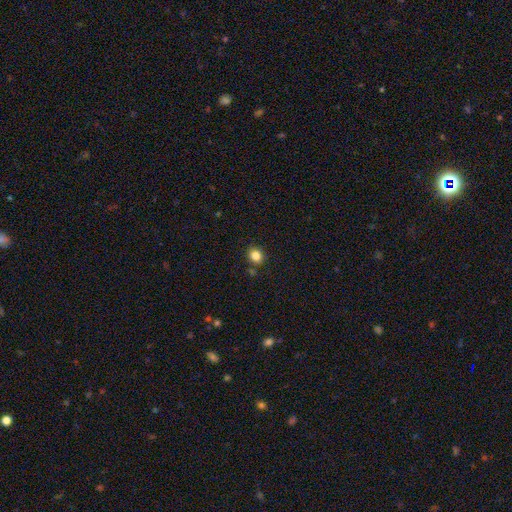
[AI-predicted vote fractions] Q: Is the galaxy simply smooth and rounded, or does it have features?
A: smooth — 83%.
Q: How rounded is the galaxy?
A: round — 76%.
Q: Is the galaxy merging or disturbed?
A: none — 84%.